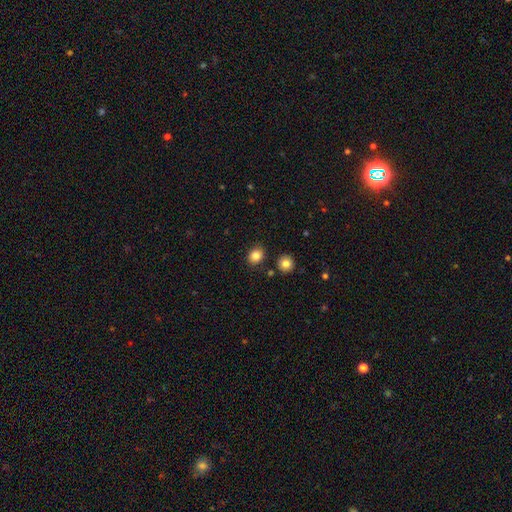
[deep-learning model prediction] The model was most divided on "how rounded": round: 64%, in between: 35%, cigar-shaped: 1%. More confident: smooth or featured — smooth (85%); merging — none (83%).